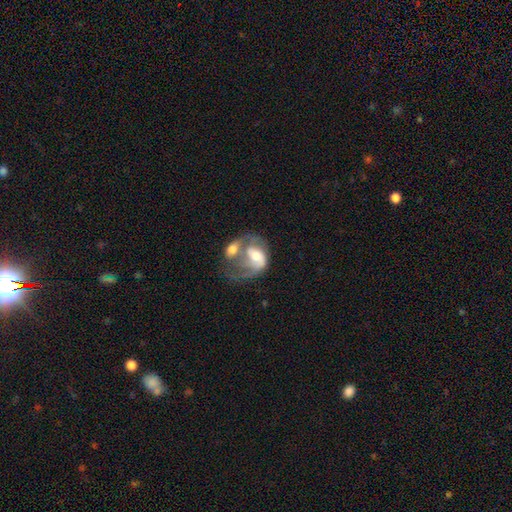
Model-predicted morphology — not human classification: smooth_or_featured: featured or disk (p=0.62) [alt: smooth p=0.32]
disk_edge_on: no (p=0.97) [alt: yes p=0.03]
bar: no (p=0.54) [alt: weak p=0.33]
has_spiral_arms: yes (p=0.70) [alt: no p=0.30]
bulge_size: moderate (p=0.57) [alt: small p=0.19]
merging: merger (p=0.67) [alt: major disturbance p=0.17]